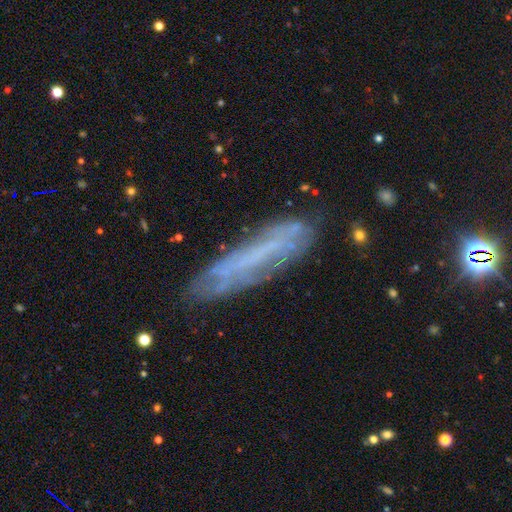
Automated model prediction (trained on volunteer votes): Q: Smooth or featured?
A: featured or disk (57%); runner-up: smooth (30%)
Q: Edge-on disk?
A: no (50%); tied with: yes (50%)
Q: Merging?
A: none (72%); runner-up: minor disturbance (19%)